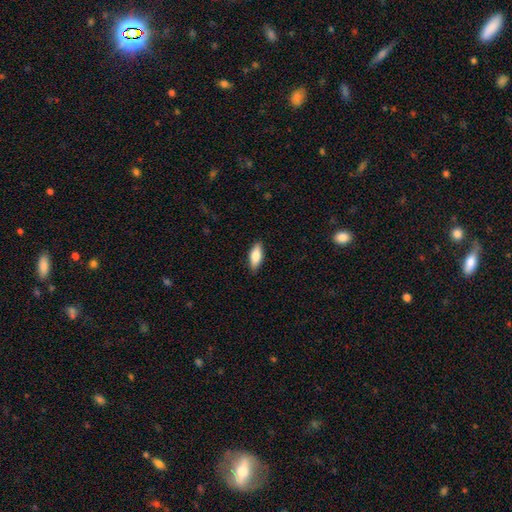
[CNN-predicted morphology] Q: Smooth or featured?
A: smooth (76%); runner-up: featured or disk (18%)
Q: How rounded?
A: in between (74%); runner-up: cigar-shaped (23%)
Q: Merging?
A: none (88%); runner-up: minor disturbance (9%)